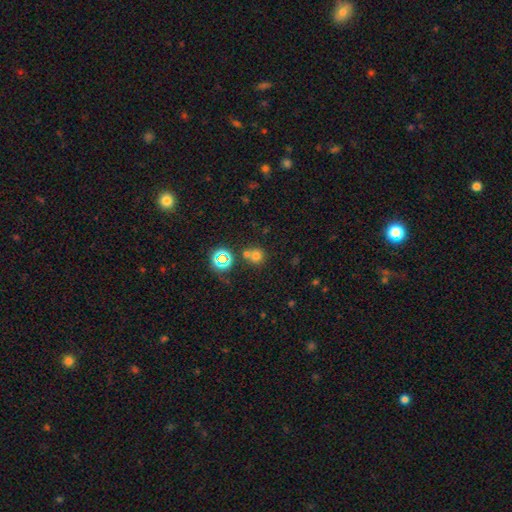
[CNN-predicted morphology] Smooth or featured?
  - smooth: 66% *
  - star or artifact: 25%
  - featured or disk: 9%
How rounded?
  - round: 88% *
  - in between: 11%
  - cigar-shaped: 1%
Merging?
  - none: 57% *
  - merger: 31%
  - minor disturbance: 8%
  - major disturbance: 4%